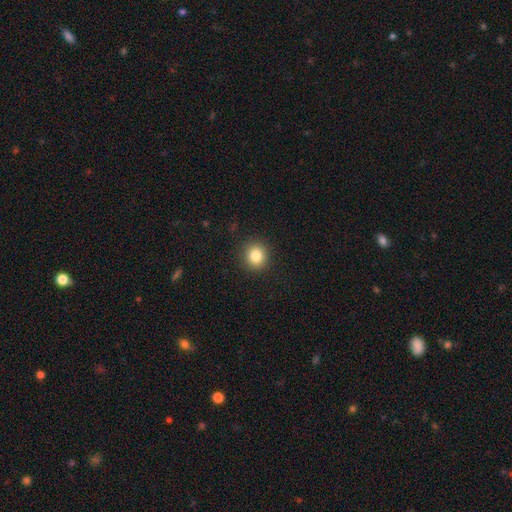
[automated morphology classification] The model was most divided on "smooth or featured": smooth: 84%, star or artifact: 10%, featured or disk: 6%. More confident: merging — none (91%); how rounded — round (89%).